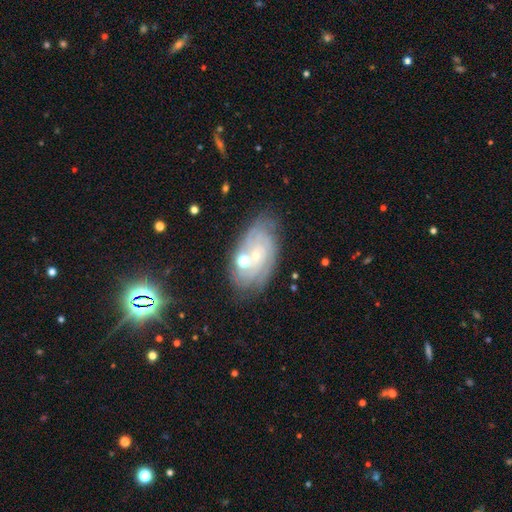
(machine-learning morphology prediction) featured or disk 75%, smooth 14%, star or artifact 11%. Down the decision tree: edge-on disk — no (95%); bar — no (72%); spiral arms — yes (92%); spiral arm count — can't tell (40%); spiral winding — tight (74%); bulge size — small (60%); merging — none (68%).